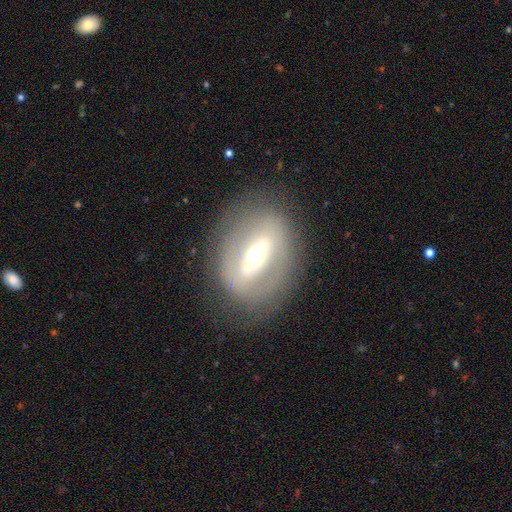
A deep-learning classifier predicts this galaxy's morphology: A featured or disk galaxy (68%) with a strong bar (61%), no spiral arms (72%) and a moderate central bulge (62%).

Vote fractions:
- Smooth or featured? featured or disk: 68% / smooth: 24% / star or artifact: 8%
- Edge-on disk? no: 83% / yes: 17%
- Bar? strong: 61% / weak: 25% / no: 14%
- Spiral arms? no: 72% / yes: 28%
- Bulge size? moderate: 62% / small: 26% / large: 9% / dominant: 2% / none: 1%
- Merging? none: 75% / minor disturbance: 14% / major disturbance: 9% / merger: 2%